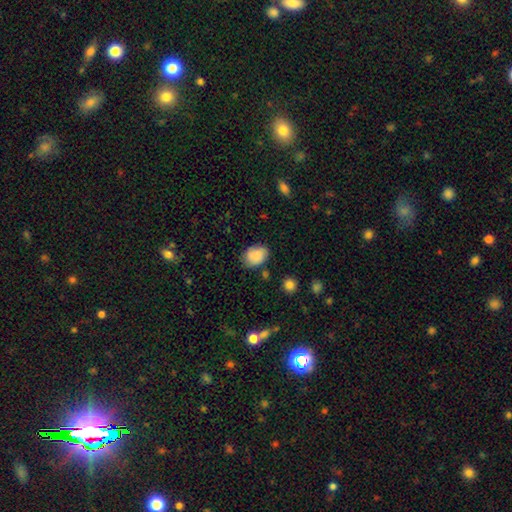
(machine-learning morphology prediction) Smooth or featured? Predicted: smooth (p=0.81). How rounded? Predicted: in between (p=0.72). Merging? Predicted: none (p=0.73).